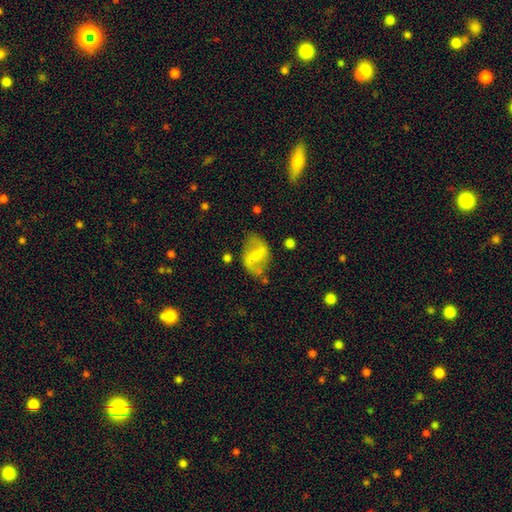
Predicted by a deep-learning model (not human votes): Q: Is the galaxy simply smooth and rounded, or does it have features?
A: featured or disk — 71%.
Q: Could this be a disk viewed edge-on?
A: no — 97%.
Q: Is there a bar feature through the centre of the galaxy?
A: weak — 40%, tied with strong.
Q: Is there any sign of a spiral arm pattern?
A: yes — 87%.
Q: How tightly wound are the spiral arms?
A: loose — 58%.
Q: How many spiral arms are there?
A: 2 — 90%.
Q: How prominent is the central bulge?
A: none — 47%.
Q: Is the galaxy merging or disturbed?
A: none — 68%.